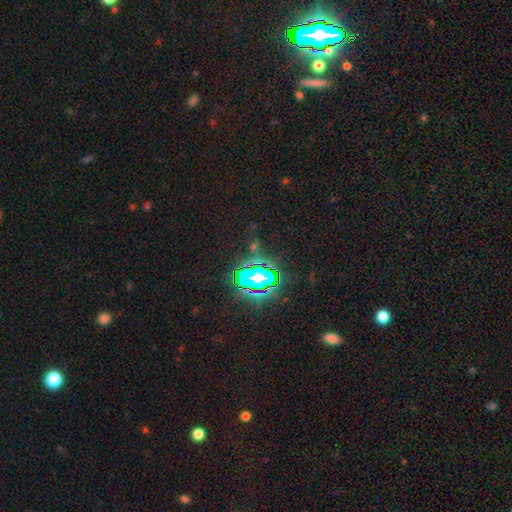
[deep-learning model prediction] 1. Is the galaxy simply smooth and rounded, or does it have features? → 83% star or artifact, 11% smooth, 7% featured or disk.